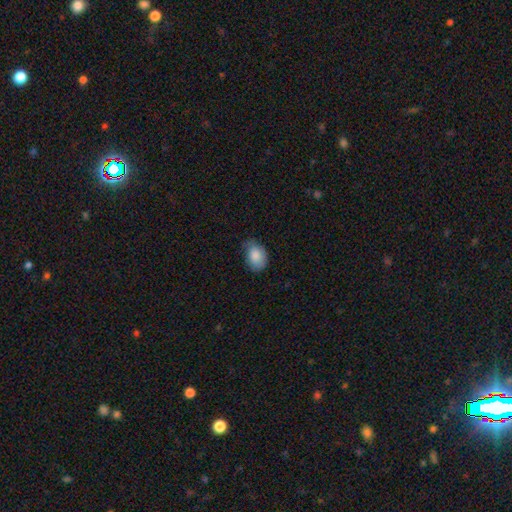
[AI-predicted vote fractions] smooth 85%, featured or disk 8%, star or artifact 7%. Down the decision tree: how rounded — in between (78%); merging — none (55%).